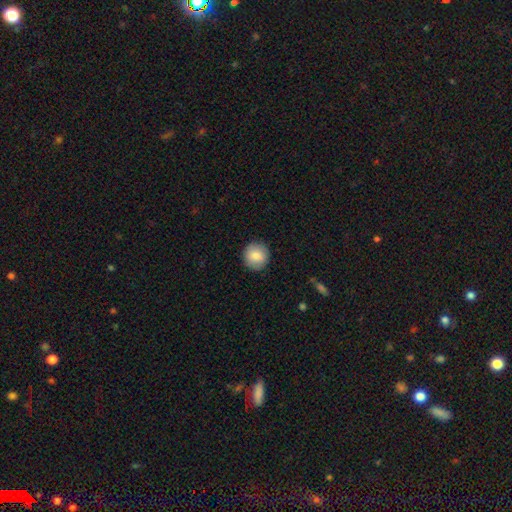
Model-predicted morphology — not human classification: A smooth galaxy with no disk features (84%) that is round (93%). Merging: none (90%).